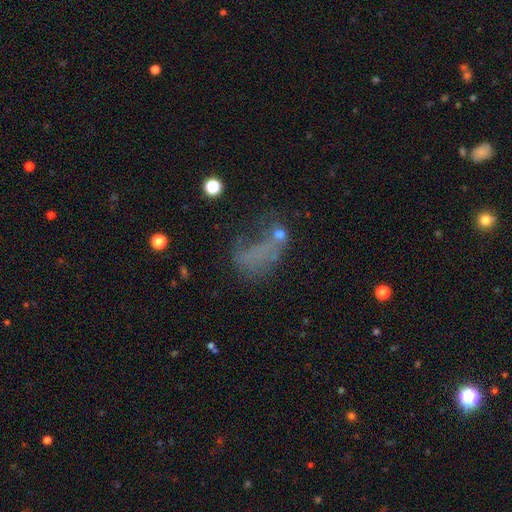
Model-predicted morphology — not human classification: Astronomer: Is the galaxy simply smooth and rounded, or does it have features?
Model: smooth — 44% (runner-up: featured or disk, 32%).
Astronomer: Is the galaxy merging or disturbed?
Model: major disturbance — 45% (runner-up: none, 28%).